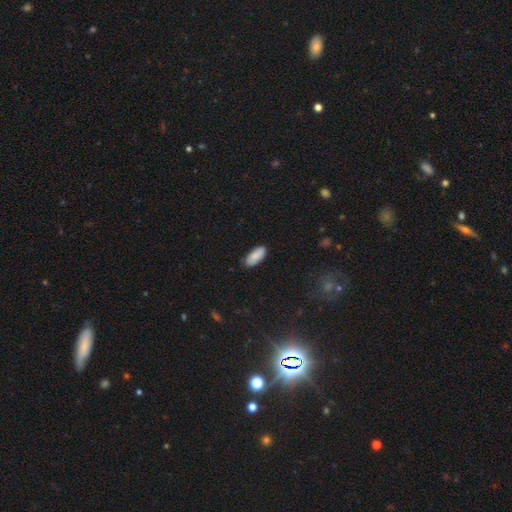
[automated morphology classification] Q: Smooth or featured?
A: smooth (87%); runner-up: featured or disk (6%)
Q: How rounded?
A: in between (86%); runner-up: cigar-shaped (13%)
Q: Merging?
A: none (85%); runner-up: minor disturbance (12%)